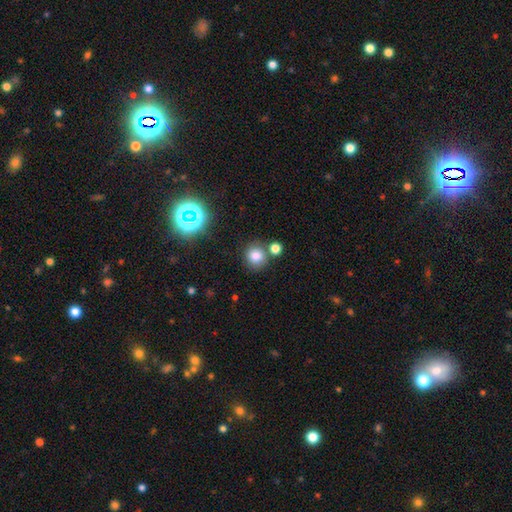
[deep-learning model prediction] Smooth or featured? Predicted: smooth (p=0.79). How rounded? Predicted: round (p=0.86). Merging? Predicted: none (p=0.71).